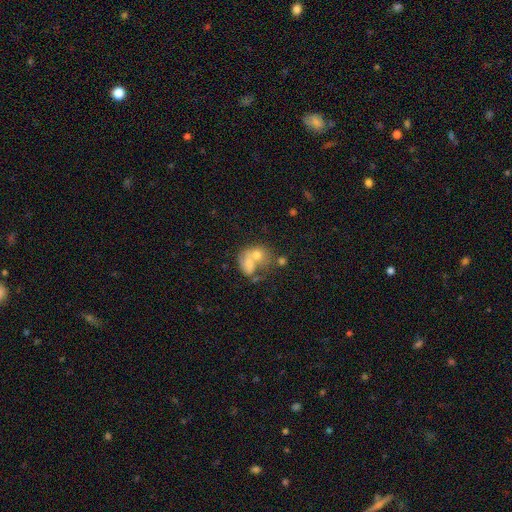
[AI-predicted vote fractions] Smooth or featured? smooth (47%)
Merging? merger (58%)